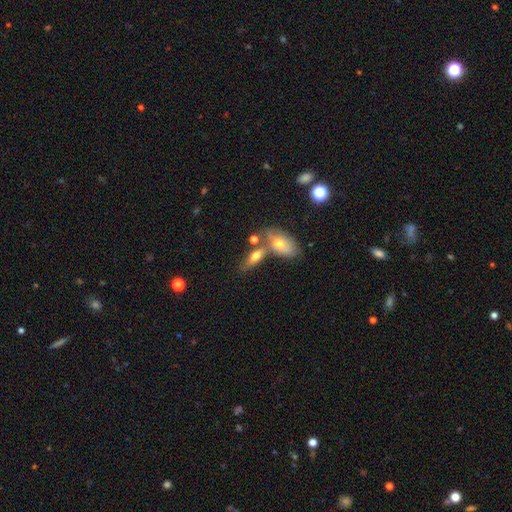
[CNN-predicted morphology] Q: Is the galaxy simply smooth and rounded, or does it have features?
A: smooth — 61%.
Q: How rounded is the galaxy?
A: in between — 70%.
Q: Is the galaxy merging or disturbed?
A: merger — 42%.